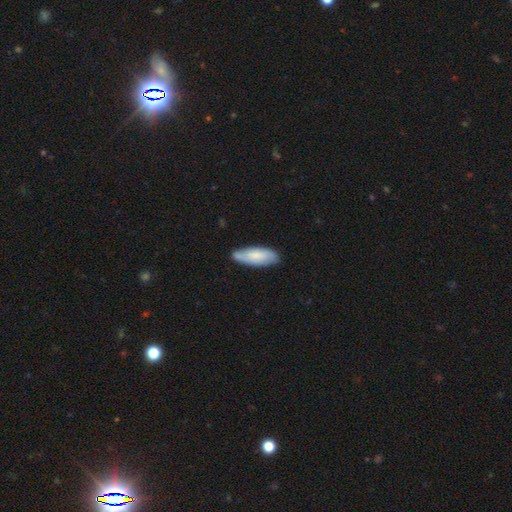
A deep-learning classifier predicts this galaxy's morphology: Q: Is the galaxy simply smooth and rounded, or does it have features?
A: smooth — 64%.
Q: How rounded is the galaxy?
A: in between — 67%.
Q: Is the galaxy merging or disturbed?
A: none — 74%.